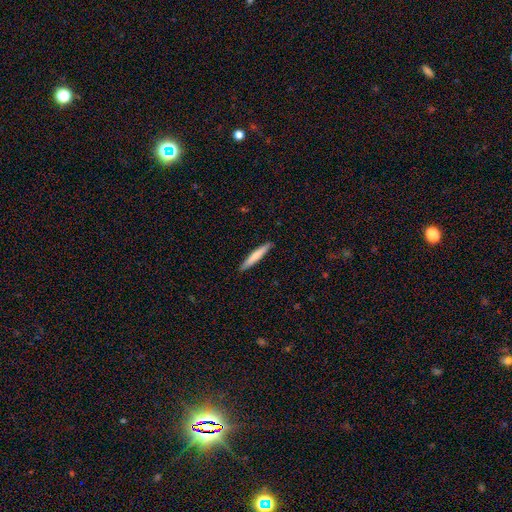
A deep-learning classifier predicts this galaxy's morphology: This appears to be a smooth galaxy with no disk features (71%) that is cigar-shaped (94%). Merging: none (91%).